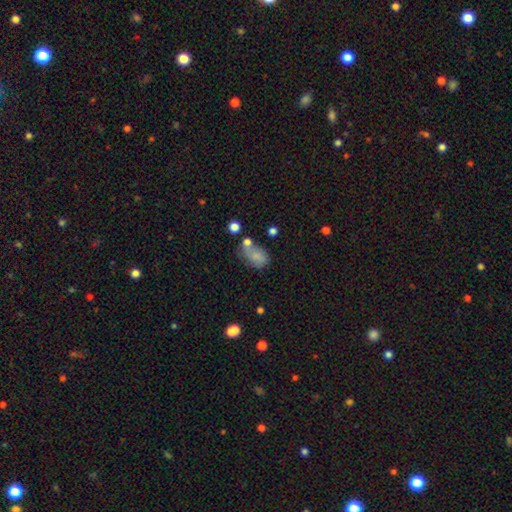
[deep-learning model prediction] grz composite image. It shows a smooth galaxy with no disk features (73%) that is in between round and cigar-shaped (82%). Merging: none (36%).